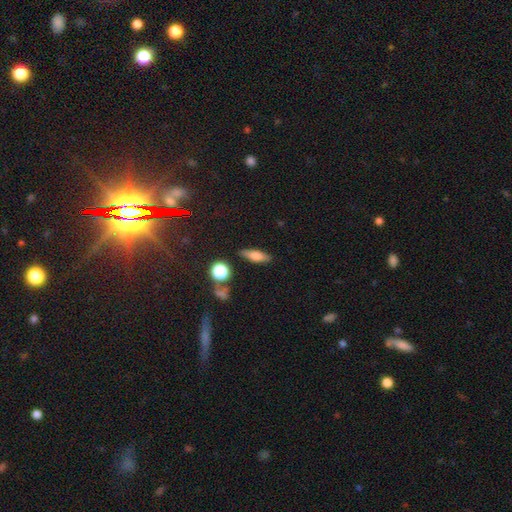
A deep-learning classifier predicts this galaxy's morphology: type=smooth (68%); roundness=in between (52%); merging=none (82%).